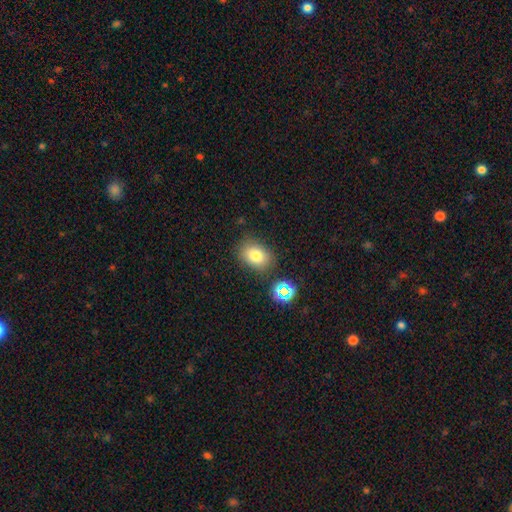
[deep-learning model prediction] Morphology: type=smooth (78%); roundness=in between (68%); merging=none (79%).